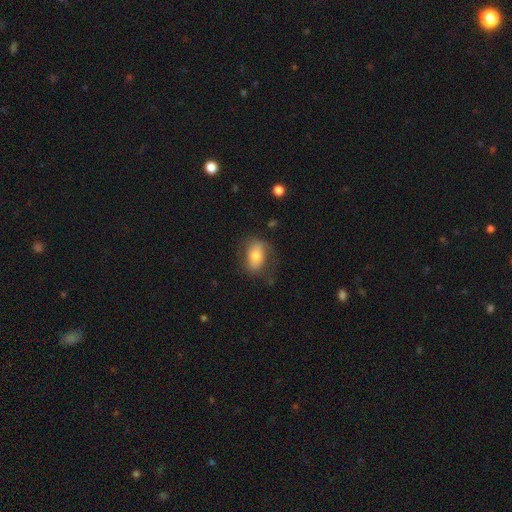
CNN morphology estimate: smooth-or-featured: smooth: 68% | featured or disk: 25% | star or artifact: 7%
  how-rounded: in between: 86% | round: 11% | cigar-shaped: 2%
  merging: none: 64% | minor disturbance: 22% | major disturbance: 13% | merger: 2%